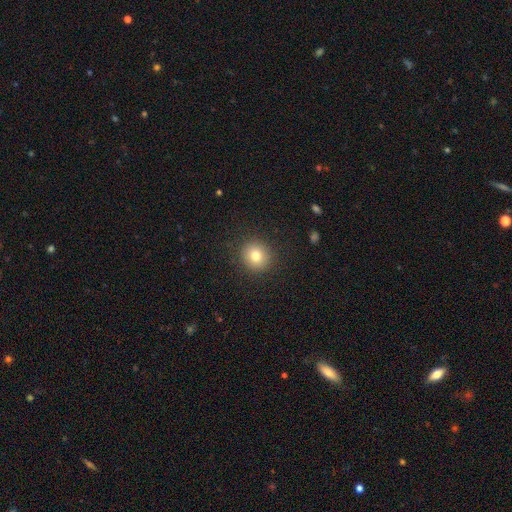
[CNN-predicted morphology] Q: Smooth or featured?
A: smooth (80%); runner-up: star or artifact (11%)
Q: How rounded?
A: round (87%); runner-up: in between (12%)
Q: Merging?
A: none (90%); runner-up: minor disturbance (7%)